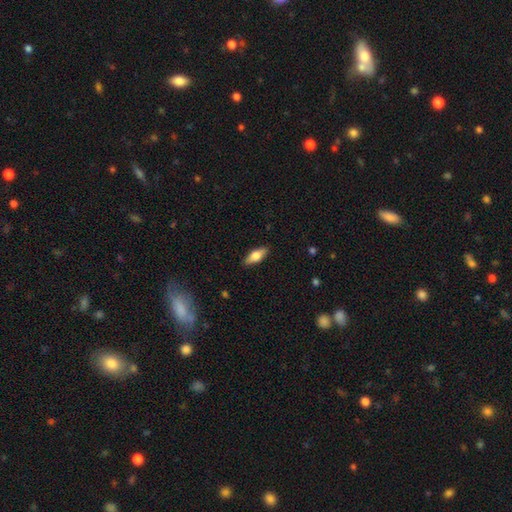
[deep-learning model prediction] This is likely a smooth galaxy (62%). How rounded: likely in between (68%). Merging: clearly none (88%).